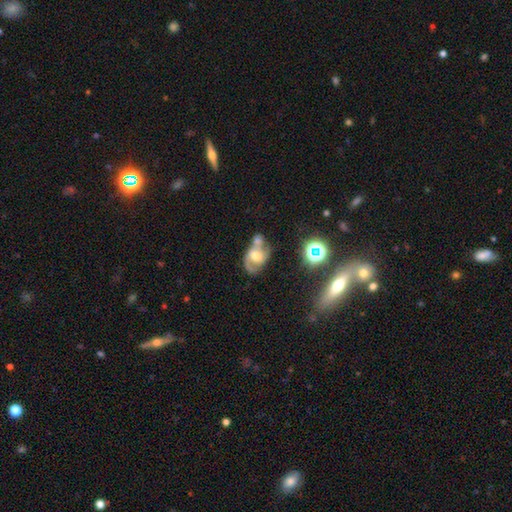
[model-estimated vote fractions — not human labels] Smooth or featured? Predicted: featured or disk (p=0.60). Edge-on disk? Predicted: no (p=0.96). Bar? Predicted: no (p=0.55). Spiral arms? Predicted: yes (p=0.75). Bulge size? Predicted: moderate (p=0.58). Merging? Predicted: merger (p=0.42).